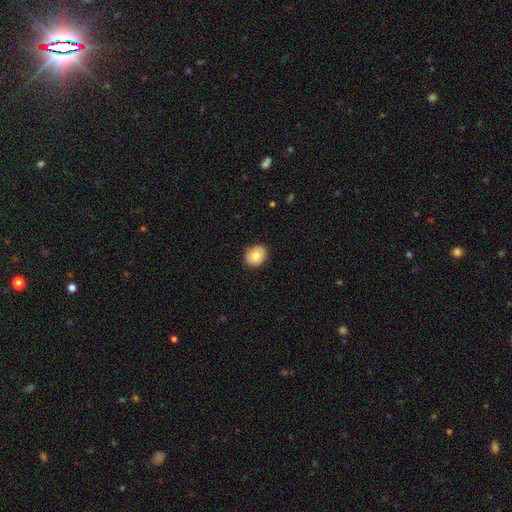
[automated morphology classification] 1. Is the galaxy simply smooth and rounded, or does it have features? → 78% smooth, 14% featured or disk, 8% star or artifact.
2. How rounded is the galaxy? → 69% round, 30% in between, 1% cigar-shaped.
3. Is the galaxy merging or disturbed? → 86% none, 11% minor disturbance, 2% major disturbance, 1% merger.